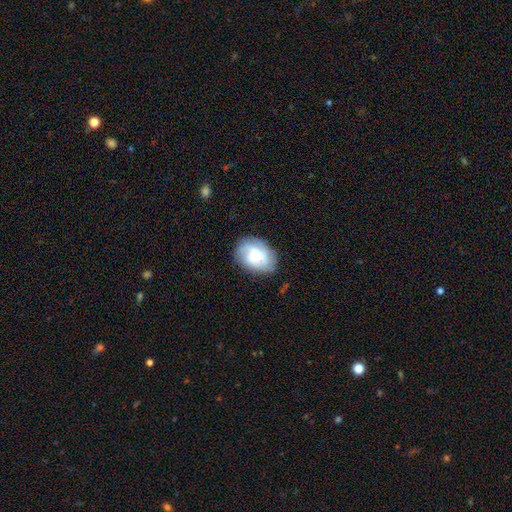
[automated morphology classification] smooth 55%, featured or disk 37%, star or artifact 8%. Down the decision tree: how rounded — in between (75%); merging — none (76%).